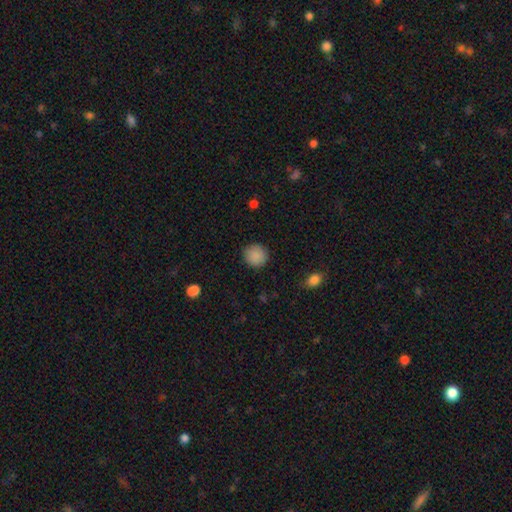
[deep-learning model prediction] Overall: smooth (88%). How rounded: round (91%). Merging: none (88%).